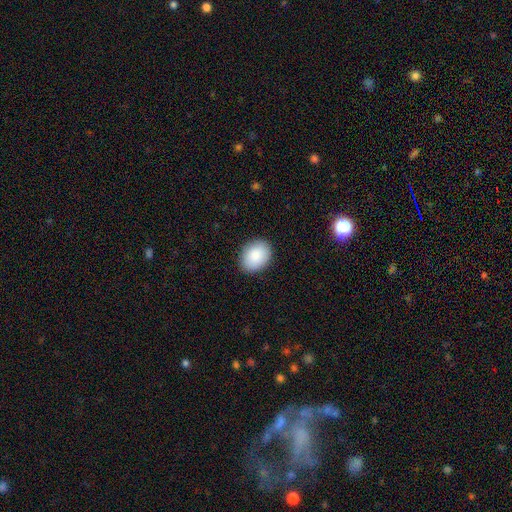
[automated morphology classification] A smooth galaxy with no disk features (89%) that is in between round and cigar-shaped (68%). Merging: none (89%).